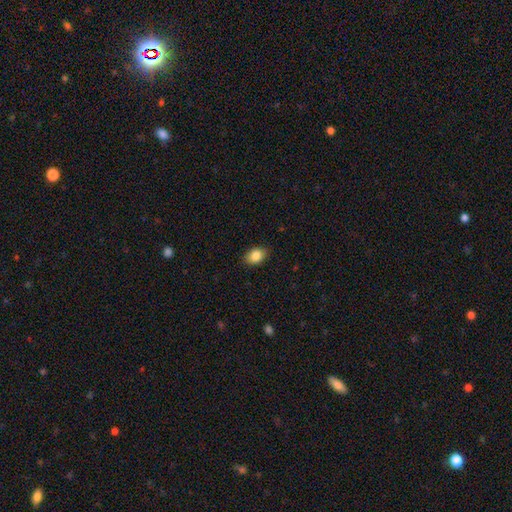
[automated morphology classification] Overall: smooth (85%). How rounded: in between (76%). Merging: none (87%).